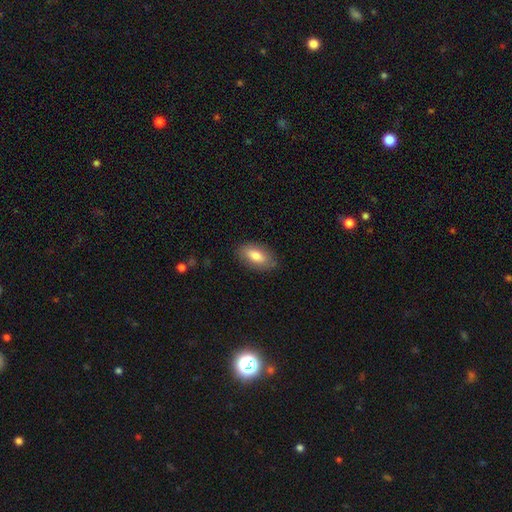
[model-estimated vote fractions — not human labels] This is clearly a smooth galaxy (80%). How rounded: clearly in between (91%). Merging: clearly none (83%).